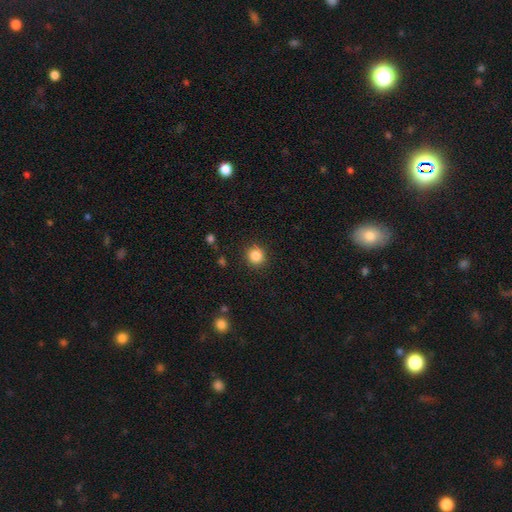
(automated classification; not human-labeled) The model was most divided on "smooth or featured": smooth: 84%, star or artifact: 11%, featured or disk: 5%. More confident: how rounded — round (91%); merging — none (89%).